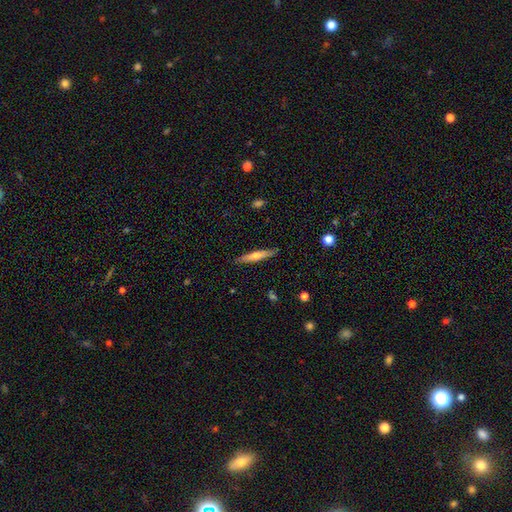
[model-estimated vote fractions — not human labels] Smooth or featured: smooth — 50% (featured or disk — 44%)
Merging: none — 87% (minor disturbance — 10%)